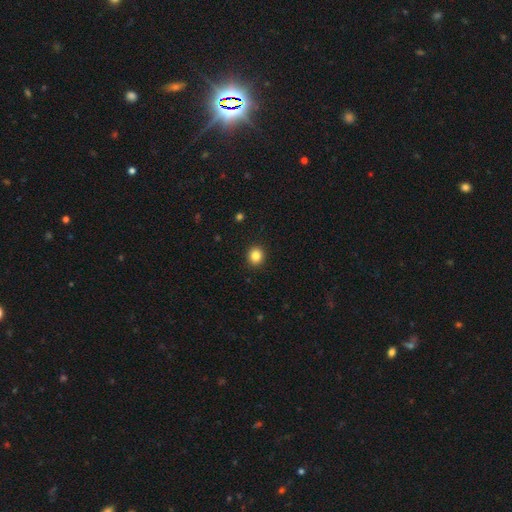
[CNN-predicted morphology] Overall: smooth (85%). How rounded: round (86%). Merging: none (92%).